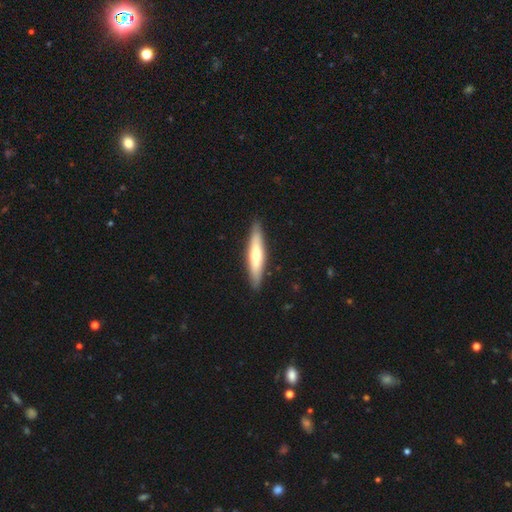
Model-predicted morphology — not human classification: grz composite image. It shows a smooth galaxy with no disk features (52%) that is cigar-shaped (83%). Merging: none (89%).